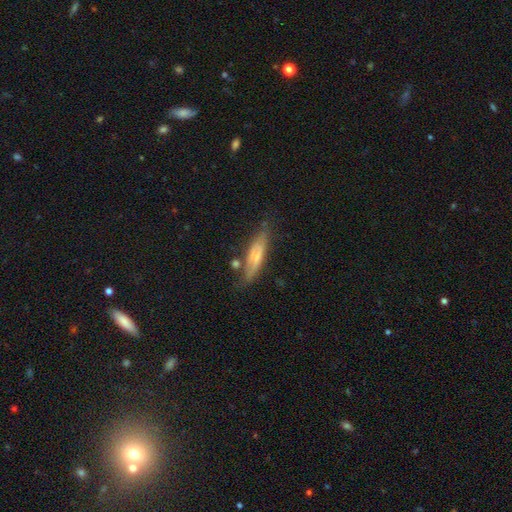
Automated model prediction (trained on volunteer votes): smooth_or_featured: smooth (p=0.48) [alt: featured or disk p=0.45]
merging: none (p=0.63) [alt: minor disturbance p=0.22]